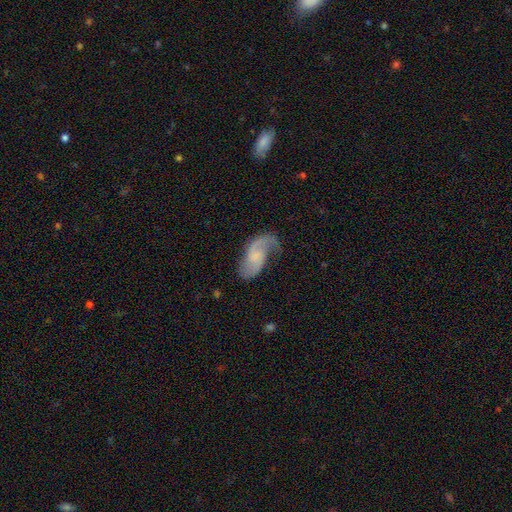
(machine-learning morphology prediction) smooth-or-featured: featured or disk: 81% | smooth: 13% | star or artifact: 6%
  disk-edge-on: no: 97% | yes: 3%
    bar: no: 53% | weak: 38% | strong: 9%
    has-spiral-arms: yes: 95% | no: 5%
      spiral-winding: loose: 53% | medium: 37% | tight: 10%
      spiral-arm-count: 2: 82% | 1: 12% | can't tell: 3% | 3: 1% | 4: 1% | more than 4: 1%
    bulge-size: none: 44% | small: 32% | moderate: 17% | large: 5% | dominant: 1%
  merging: none: 61% | minor disturbance: 22% | major disturbance: 15% | merger: 2%